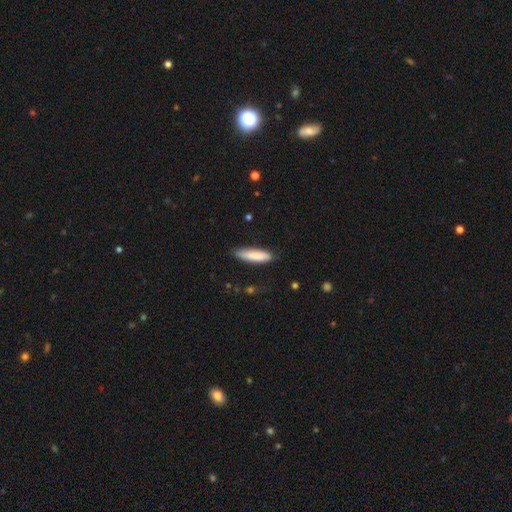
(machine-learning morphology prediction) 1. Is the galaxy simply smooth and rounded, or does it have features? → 85% smooth, 10% featured or disk, 5% star or artifact.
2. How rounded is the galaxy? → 72% cigar-shaped, 26% in between, 1% round.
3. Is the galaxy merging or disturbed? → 79% none, 16% minor disturbance, 3% major disturbance, 1% merger.